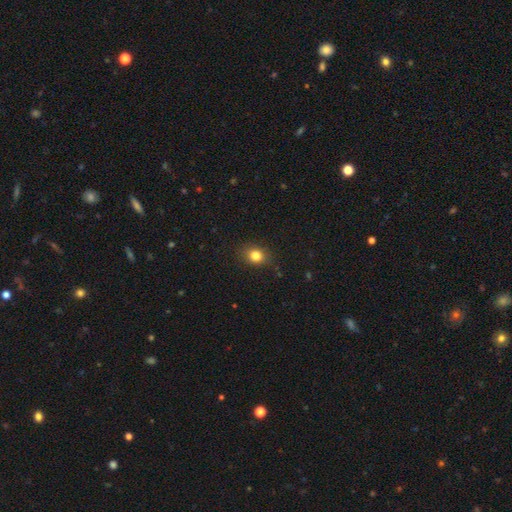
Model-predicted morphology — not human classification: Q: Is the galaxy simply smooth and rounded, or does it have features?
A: smooth — 82%.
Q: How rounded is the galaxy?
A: round — 56%.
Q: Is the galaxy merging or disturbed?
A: none — 83%.